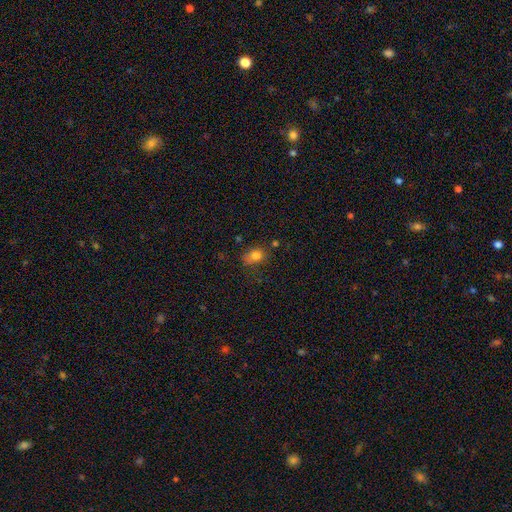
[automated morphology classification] Smooth or featured? Predicted: smooth (p=0.80). How rounded? Predicted: in between (p=0.58). Merging? Predicted: none (p=0.60).